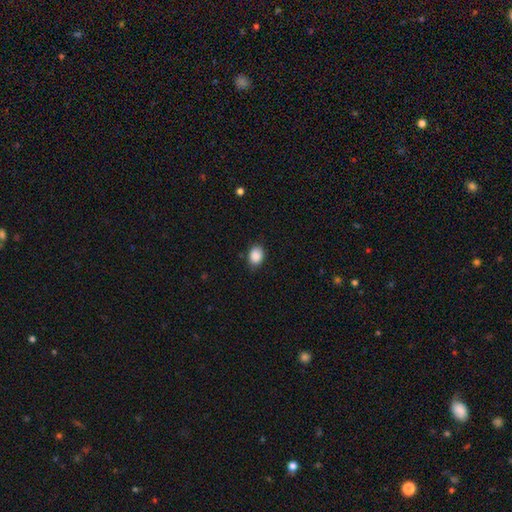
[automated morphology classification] Smooth or featured? Predicted: smooth (p=0.89). How rounded? Predicted: in between (p=0.63). Merging? Predicted: none (p=0.83).